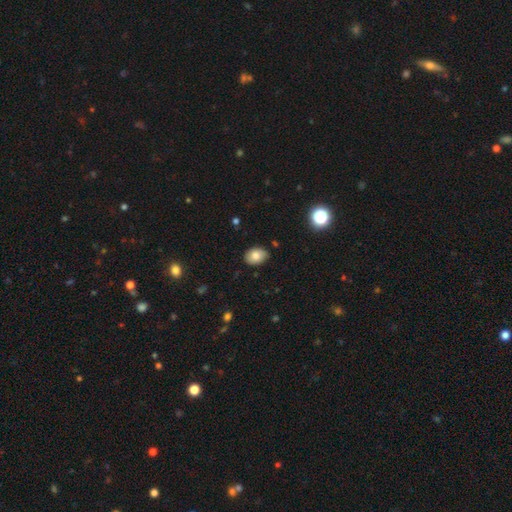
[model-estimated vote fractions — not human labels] smooth-or-featured: smooth: 79% | featured or disk: 12% | star or artifact: 9%
  how-rounded: in between: 75% | round: 24% | cigar-shaped: 1%
  merging: none: 81% | minor disturbance: 15% | major disturbance: 2% | merger: 1%